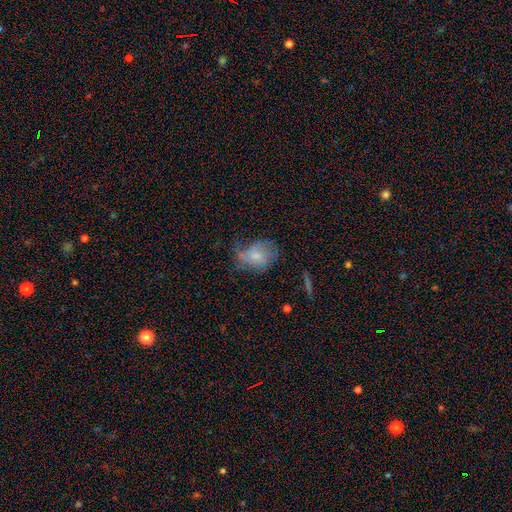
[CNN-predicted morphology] A smooth galaxy with no disk features (58%) that is in between round and cigar-shaped (68%). Merging: none (36%).